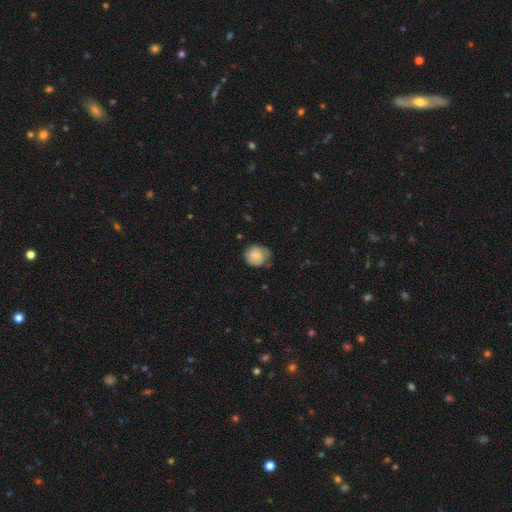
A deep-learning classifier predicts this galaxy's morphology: Q: Smooth or featured?
A: smooth (68%); runner-up: featured or disk (25%)
Q: How rounded?
A: round (75%); runner-up: in between (24%)
Q: Merging?
A: none (61%); runner-up: minor disturbance (30%)